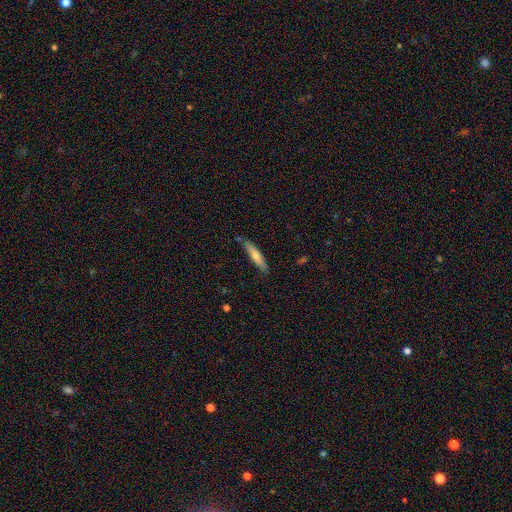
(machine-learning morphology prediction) A smooth galaxy with no disk features (64%) that is cigar-shaped (86%).

Vote fractions:
- Smooth or featured? smooth: 64% / featured or disk: 30% / star or artifact: 6%
- How rounded? cigar-shaped: 86% / in between: 13% / round: 1%
- Merging? none: 83% / minor disturbance: 12% / merger: 3% / major disturbance: 2%